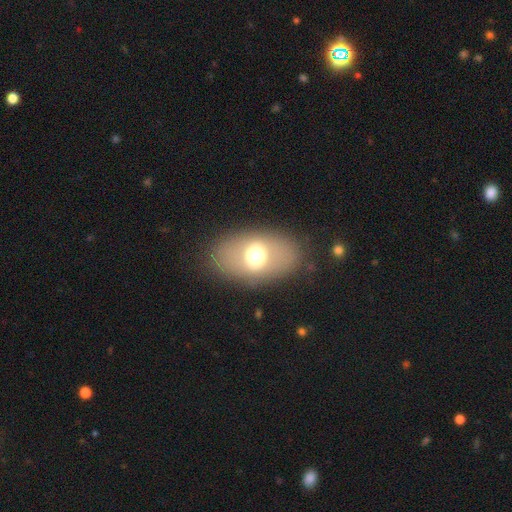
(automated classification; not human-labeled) A smooth galaxy with no disk features (59%) that is in between round and cigar-shaped (81%). Merging: none (83%).